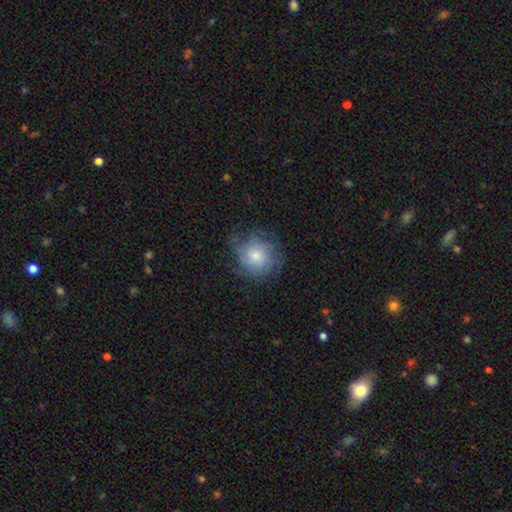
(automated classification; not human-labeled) Smooth or featured: featured or disk — 47% (smooth — 42%)
Merging: none — 71% (minor disturbance — 18%)